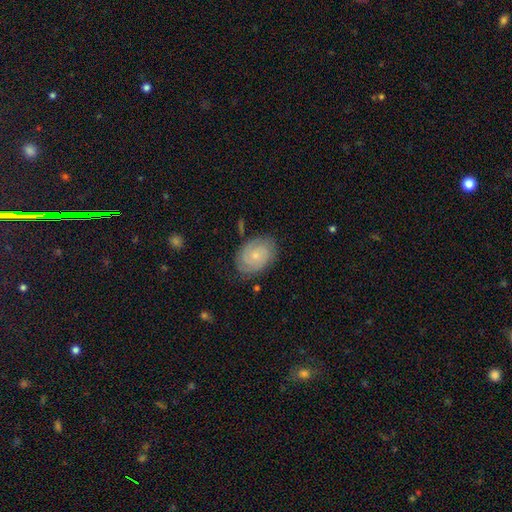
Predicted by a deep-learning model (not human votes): This is likely a featured or disk galaxy (65%). It is clearly not viewed edge-on (97%). Bar: likely no (76%). Spiral arm pattern: clearly yes (91%). Spiral arm count: marginally 2 (45%). Spiral winding: likely tight (70%). Central bulge: likely small (75%). Merging: likely none (76%).